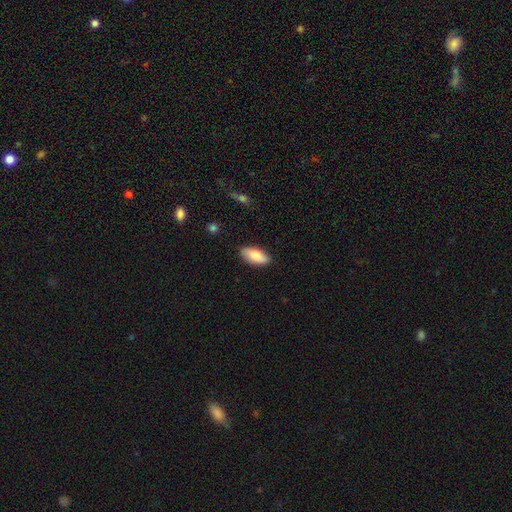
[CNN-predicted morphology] smooth-or-featured: smooth: 83% | featured or disk: 11% | star or artifact: 6%
  how-rounded: in between: 85% | cigar-shaped: 13% | round: 2%
  merging: none: 85% | minor disturbance: 12% | major disturbance: 2% | merger: 1%